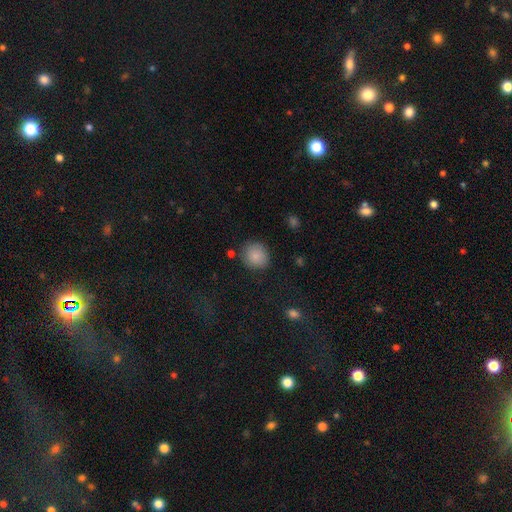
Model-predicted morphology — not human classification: smooth 86%, star or artifact 9%, featured or disk 6%. Down the decision tree: how rounded — round (83%); merging — none (83%).